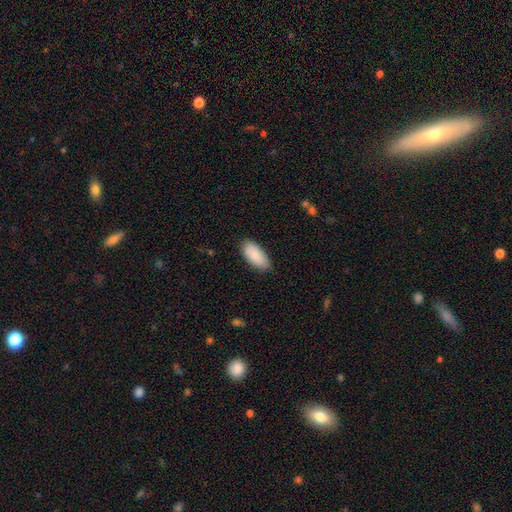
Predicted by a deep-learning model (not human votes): Smooth or featured? Predicted: smooth (p=0.90). How rounded? Predicted: in between (p=0.90). Merging? Predicted: none (p=0.85).